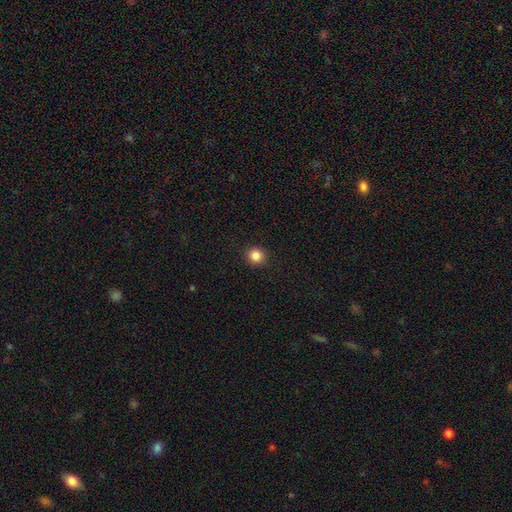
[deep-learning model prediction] smooth_or_featured: smooth (p=0.86) [alt: star or artifact p=0.11]
how_rounded: round (p=0.92) [alt: in between p=0.07]
merging: none (p=0.92) [alt: minor disturbance p=0.05]